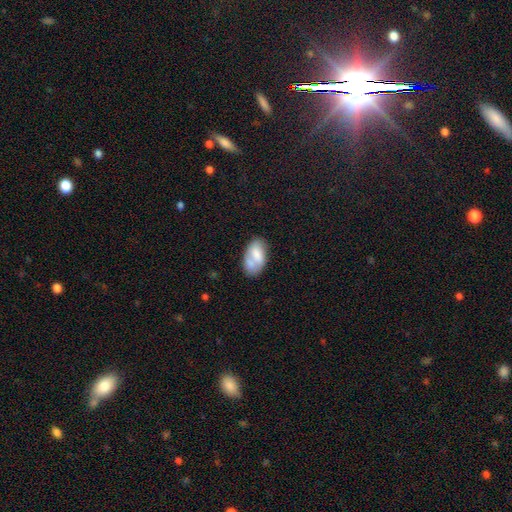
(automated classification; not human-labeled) Overall: smooth (70%). How rounded: in between (93%). Merging: none (46%; merger 24%).